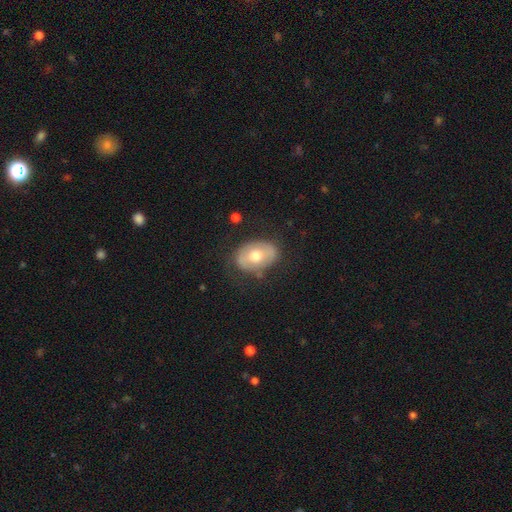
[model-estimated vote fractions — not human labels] smooth-or-featured: smooth: 51% | featured or disk: 42% | star or artifact: 7%
  how-rounded: in between: 80% | round: 19% | cigar-shaped: 1%
  merging: none: 74% | minor disturbance: 18% | major disturbance: 6% | merger: 2%